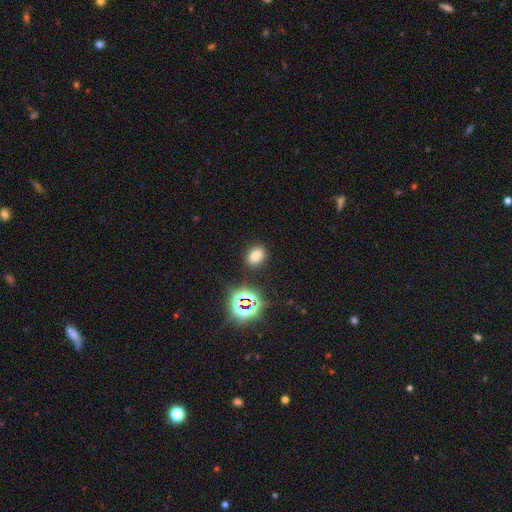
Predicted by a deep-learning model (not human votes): smooth_or_featured: smooth (p=0.71) [alt: star or artifact p=0.22]
how_rounded: in between (p=0.69) [alt: round p=0.30]
merging: none (p=0.87) [alt: minor disturbance p=0.08]